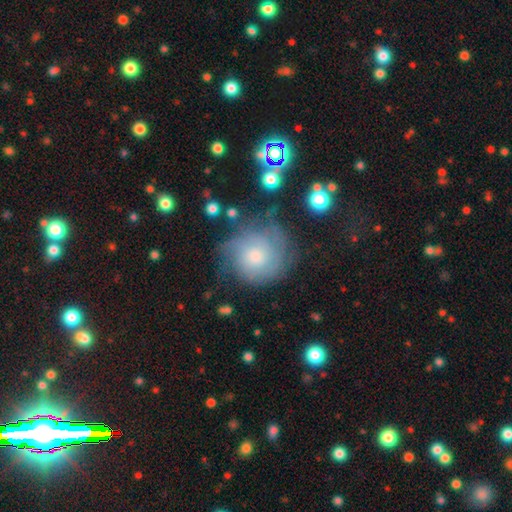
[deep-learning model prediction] Q: Smooth or featured?
A: featured or disk (54%); runner-up: smooth (36%)
Q: Edge-on disk?
A: no (97%); runner-up: yes (3%)
Q: Bar?
A: no (79%); runner-up: weak (19%)
Q: Spiral arms?
A: yes (82%); runner-up: no (18%)
Q: Bulge size?
A: moderate (47%); runner-up: small (34%)
Q: Merging?
A: none (61%); runner-up: minor disturbance (22%)